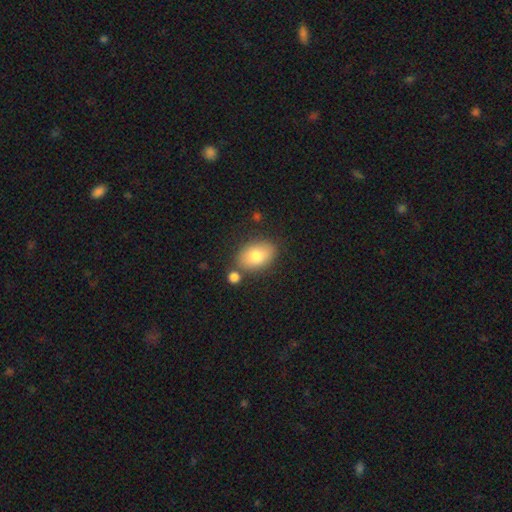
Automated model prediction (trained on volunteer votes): Morphology: type=smooth (78%); roundness=in between (85%); merging=none (74%).